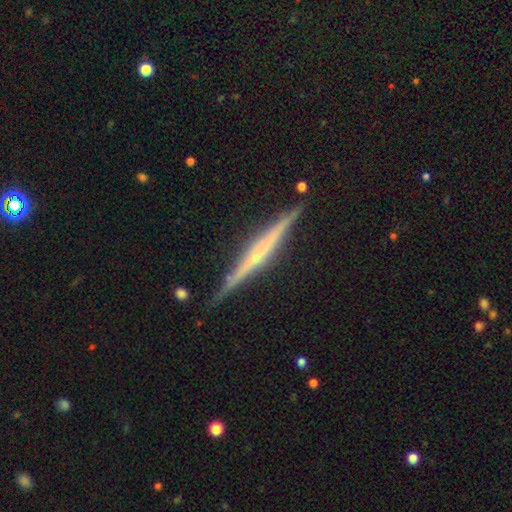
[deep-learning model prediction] smooth_or_featured: featured or disk (p=0.75) [alt: smooth p=0.19]
disk_edge_on: yes (p=0.98) [alt: no p=0.02]
edge_on_bulge: none (p=0.58) [alt: rounded p=0.25]
merging: none (p=0.88) [alt: minor disturbance p=0.09]